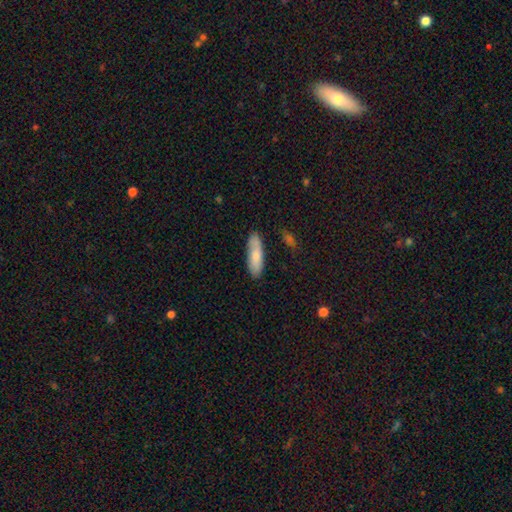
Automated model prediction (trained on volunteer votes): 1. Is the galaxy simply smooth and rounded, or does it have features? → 79% smooth, 15% featured or disk, 6% star or artifact.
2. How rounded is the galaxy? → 51% in between, 47% cigar-shaped, 2% round.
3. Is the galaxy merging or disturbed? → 79% none, 16% minor disturbance, 3% major disturbance, 2% merger.